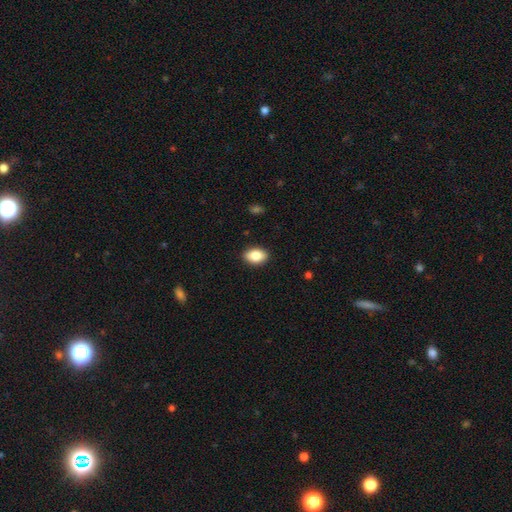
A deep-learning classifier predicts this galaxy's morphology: Q: Smooth or featured?
A: smooth (84%); runner-up: featured or disk (8%)
Q: How rounded?
A: in between (87%); runner-up: round (11%)
Q: Merging?
A: none (89%); runner-up: minor disturbance (8%)